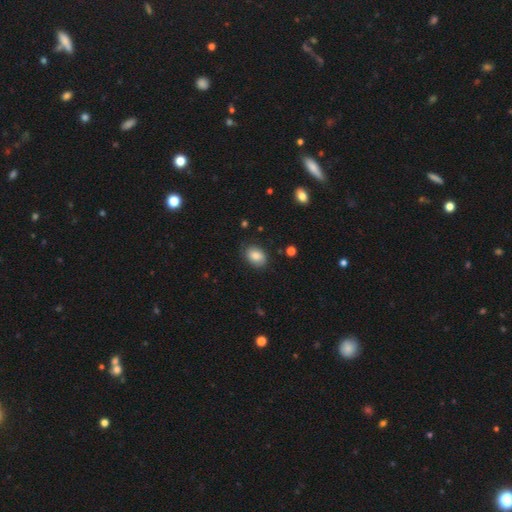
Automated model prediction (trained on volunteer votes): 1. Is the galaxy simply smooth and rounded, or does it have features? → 82% smooth, 10% featured or disk, 8% star or artifact.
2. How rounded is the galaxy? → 76% in between, 23% round, 1% cigar-shaped.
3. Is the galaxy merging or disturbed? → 79% none, 16% minor disturbance, 4% major disturbance, 1% merger.